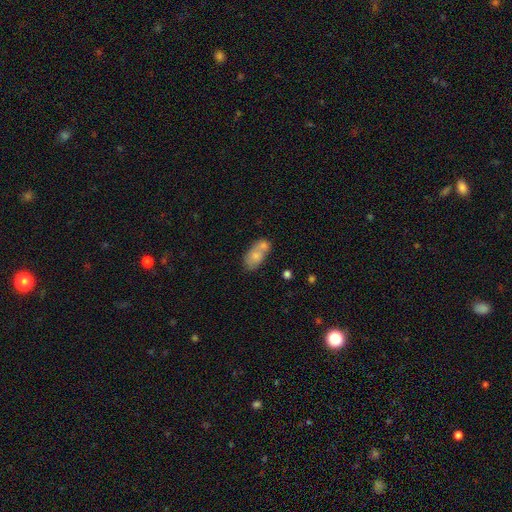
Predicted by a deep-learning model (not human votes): smooth_or_featured: smooth (p=0.72) [alt: featured or disk p=0.20]
how_rounded: in between (p=0.87) [alt: round p=0.10]
merging: merger (p=0.52) [alt: none p=0.30]